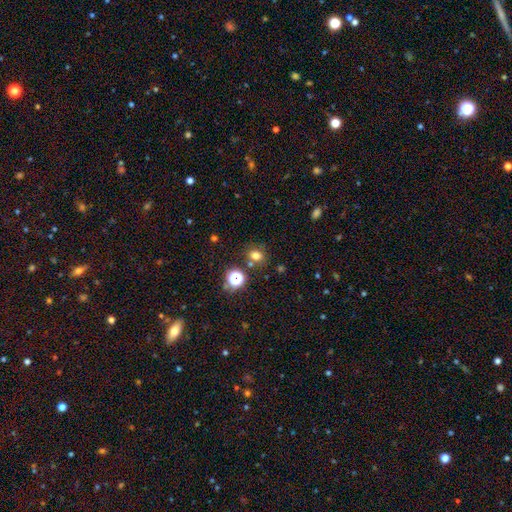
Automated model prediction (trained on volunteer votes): smooth 71%, star or artifact 22%, featured or disk 7%. Down the decision tree: how rounded — round (65%); merging — none (75%).